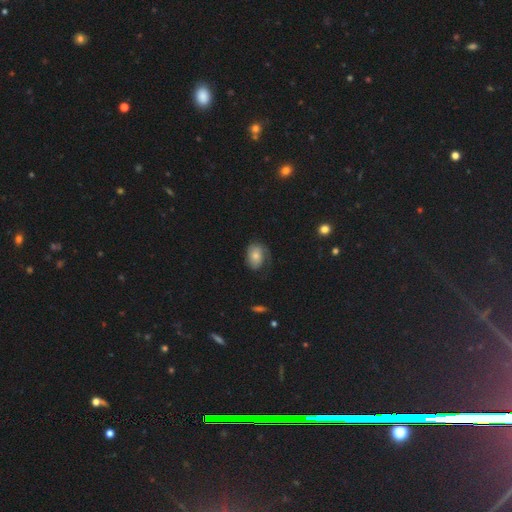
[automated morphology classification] smooth_or_featured: smooth (p=0.53) [alt: featured or disk p=0.39]
how_rounded: in between (p=0.72) [alt: round p=0.26]
merging: none (p=0.54) [alt: minor disturbance p=0.26]